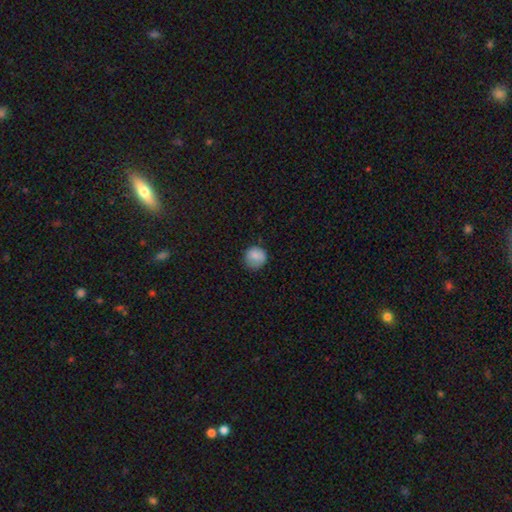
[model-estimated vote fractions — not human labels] Smooth or featured? Predicted: smooth (p=0.82). How rounded? Predicted: round (p=0.89). Merging? Predicted: none (p=0.77).